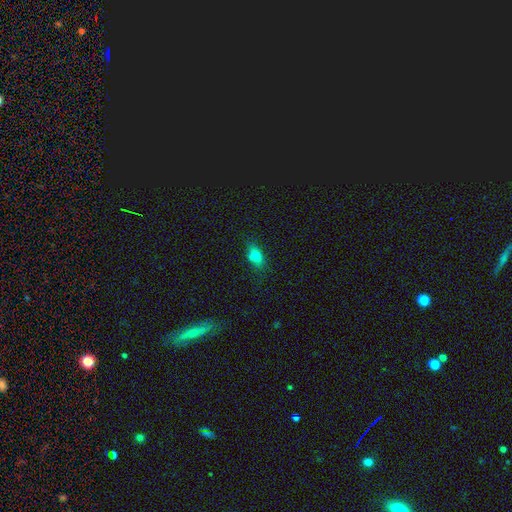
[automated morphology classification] Q: Smooth or featured?
A: smooth (75%); runner-up: star or artifact (13%)
Q: How rounded?
A: in between (82%); runner-up: round (10%)
Q: Merging?
A: none (66%); runner-up: minor disturbance (22%)